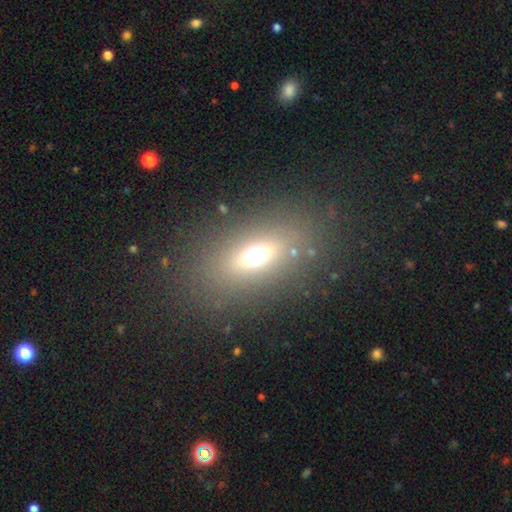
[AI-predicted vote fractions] Overall: smooth (56%; featured or disk 23%). How rounded: in between (77%). Merging: none (81%).